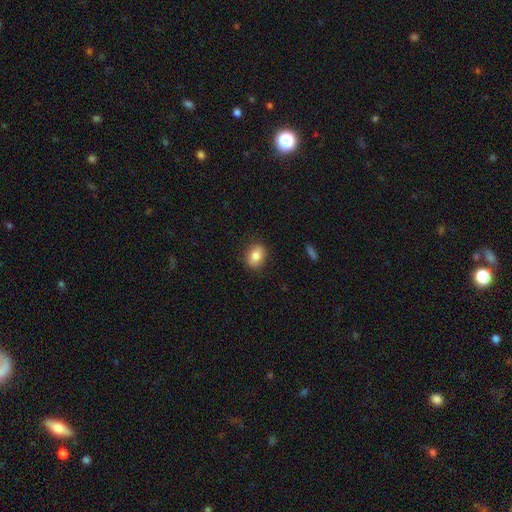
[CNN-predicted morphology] smooth_or_featured: smooth (p=0.81) [alt: featured or disk p=0.10]
how_rounded: in between (p=0.54) [alt: round p=0.45]
merging: none (p=0.86) [alt: minor disturbance p=0.10]